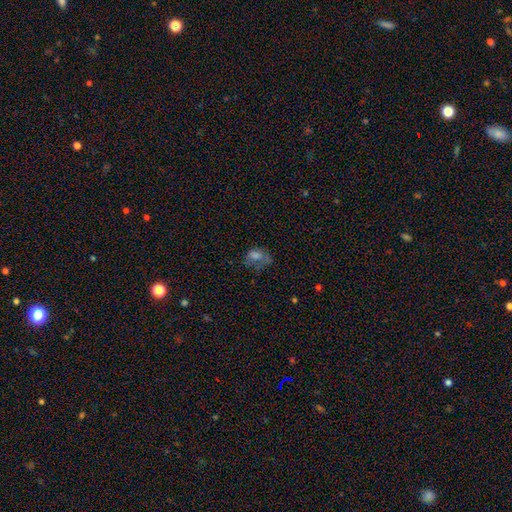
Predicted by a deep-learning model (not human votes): smooth_or_featured: smooth (p=0.55) [alt: featured or disk p=0.25]
how_rounded: in between (p=0.70) [alt: round p=0.29]
merging: none (p=0.38) [alt: major disturbance p=0.32]